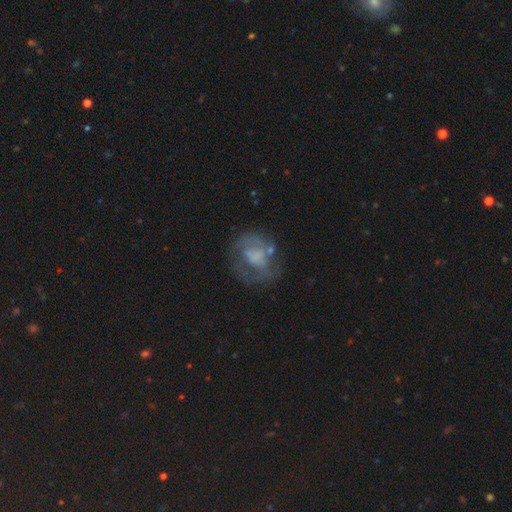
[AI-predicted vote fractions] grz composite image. It shows a featured or disk galaxy (61%) with no bar (75%), no spiral arms (51%) and no central bulge (46%). Merging: none (50%).